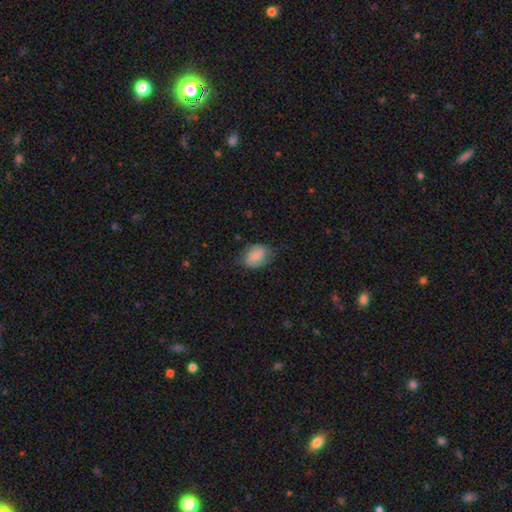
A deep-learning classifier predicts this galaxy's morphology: smooth-or-featured: smooth: 76% | featured or disk: 16% | star or artifact: 8%
  how-rounded: in between: 74% | round: 25% | cigar-shaped: 1%
  merging: none: 66% | minor disturbance: 25% | major disturbance: 8% | merger: 1%